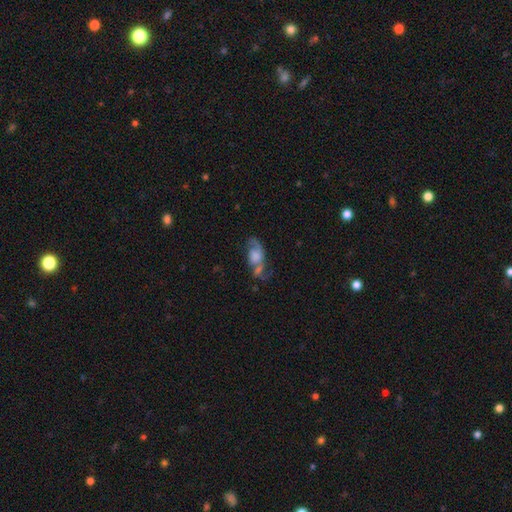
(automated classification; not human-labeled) smooth_or_featured: featured or disk (p=0.60) [alt: smooth p=0.31]
disk_edge_on: no (p=0.94) [alt: yes p=0.06]
bar: no (p=0.71) [alt: weak p=0.24]
has_spiral_arms: yes (p=0.80) [alt: no p=0.20]
bulge_size: large (p=0.27) [alt: none p=0.25]
merging: none (p=0.31) [alt: merger p=0.28]